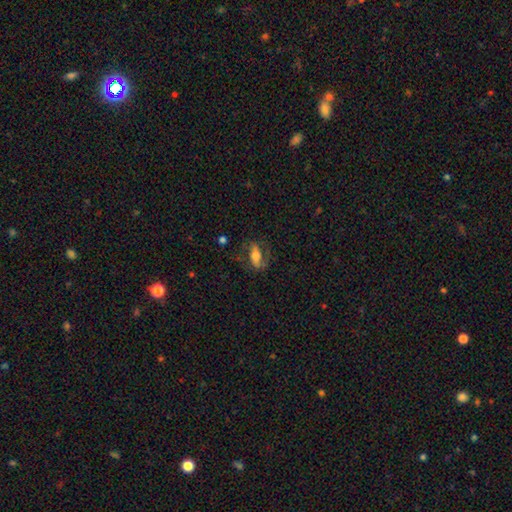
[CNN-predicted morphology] Smooth or featured? featured or disk (47%)
Merging? none (62%)